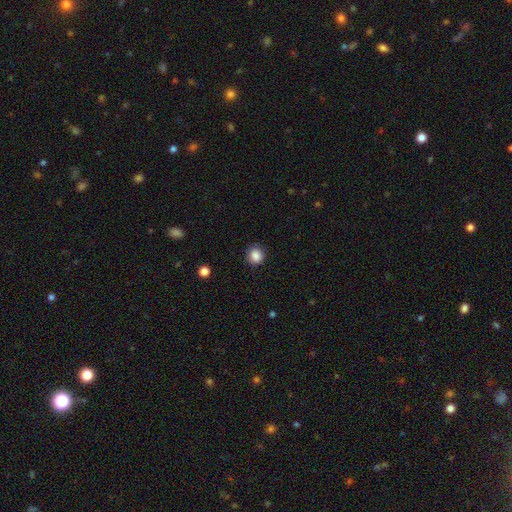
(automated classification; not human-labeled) Morphology: type=smooth (86%); roundness=round (86%); merging=none (87%).